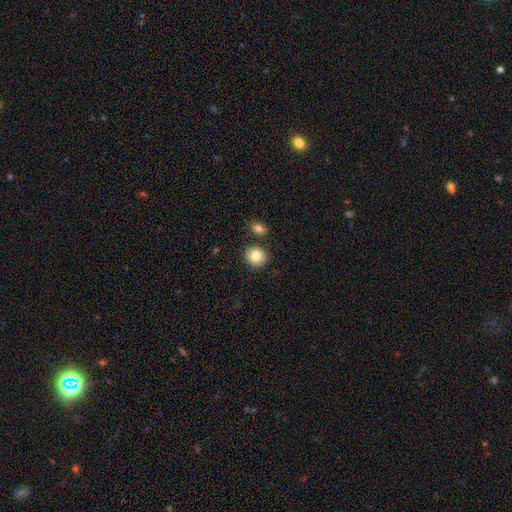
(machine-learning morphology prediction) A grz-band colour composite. It shows a smooth galaxy with no disk features (84%) that is round (86%). Merging: none (81%).